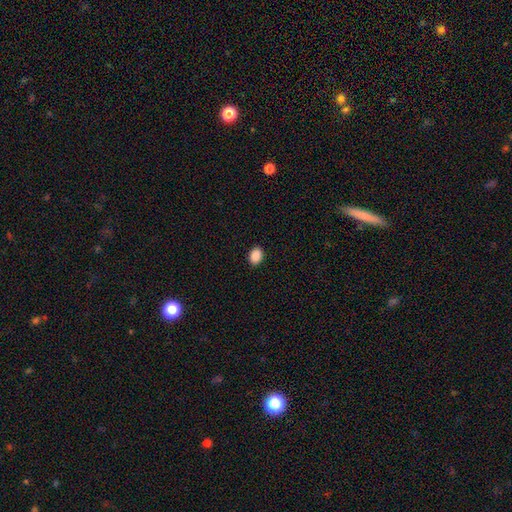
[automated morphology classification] A smooth galaxy with no disk features (89%) that is in between round and cigar-shaped (72%). Merging: none (91%).